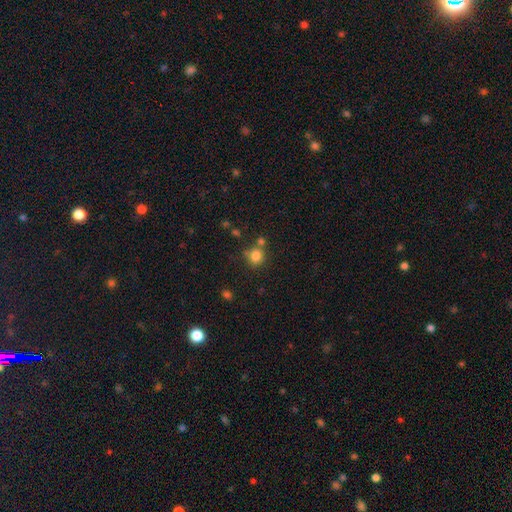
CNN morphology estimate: smooth-or-featured: smooth: 81% | star or artifact: 13% | featured or disk: 6%
  how-rounded: round: 87% | in between: 12% | cigar-shaped: 1%
  merging: none: 67% | merger: 19% | minor disturbance: 10% | major disturbance: 4%